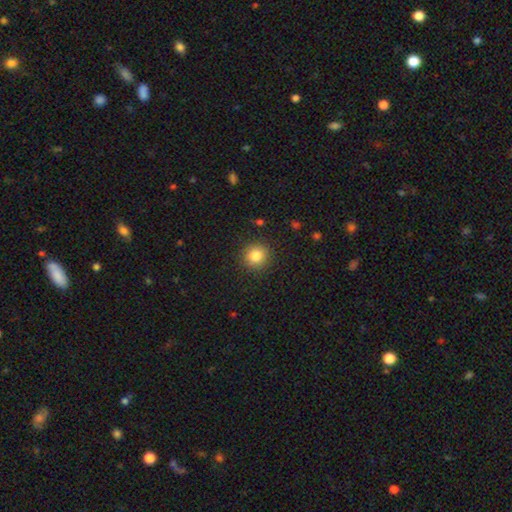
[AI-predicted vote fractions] The model was most divided on "smooth or featured": smooth: 83%, star or artifact: 11%, featured or disk: 6%. More confident: how rounded — round (92%); merging — none (91%).